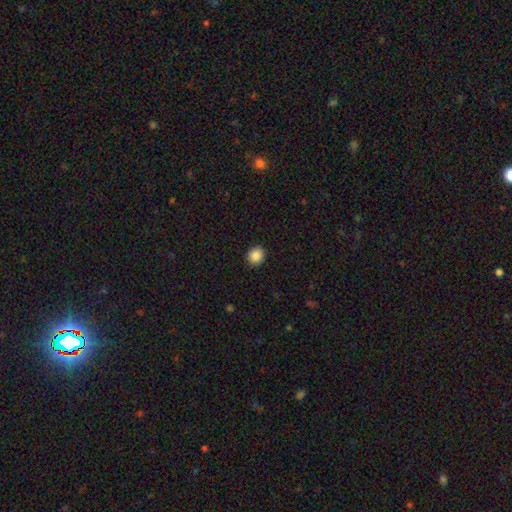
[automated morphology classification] Smooth or featured: smooth — 87% (star or artifact — 9%)
How rounded: round — 83% (in between — 16%)
Merging: none — 92% (minor disturbance — 5%)